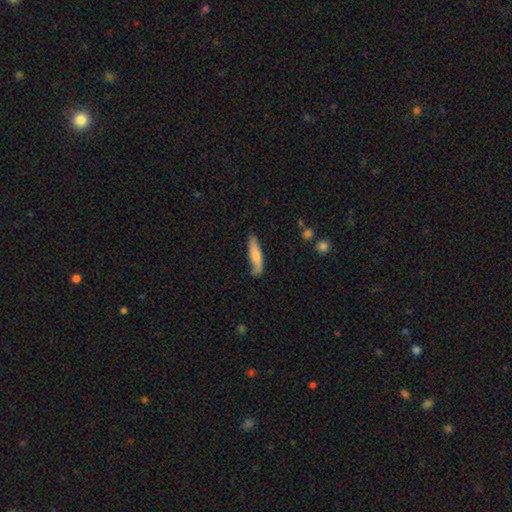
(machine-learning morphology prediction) smooth-or-featured: smooth: 68% | featured or disk: 27% | star or artifact: 5%
  how-rounded: cigar-shaped: 79% | in between: 20% | round: 2%
  merging: none: 68% | minor disturbance: 24% | major disturbance: 5% | merger: 3%